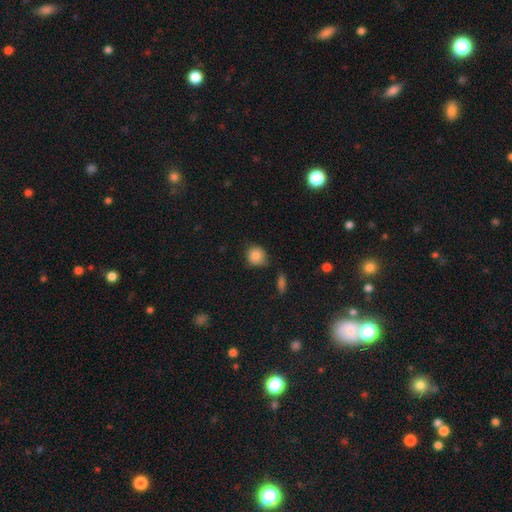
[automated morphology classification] The model was most divided on "merging": none: 71%, minor disturbance: 22%, major disturbance: 4%, merger: 4%. More confident: smooth or featured — smooth (84%); how rounded — round (84%).